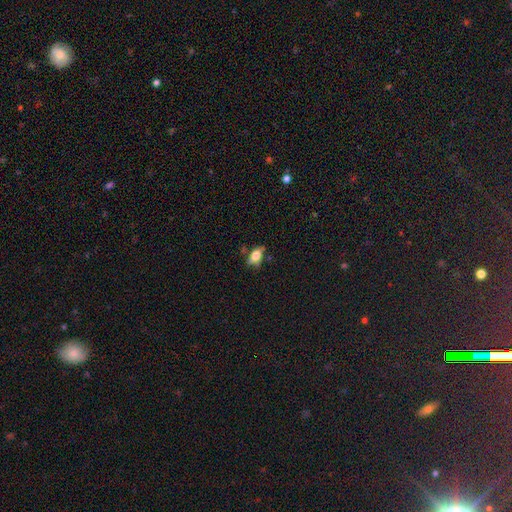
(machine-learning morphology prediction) Smooth or featured? smooth (70%)
How rounded? in between (83%)
Merging? none (55%)